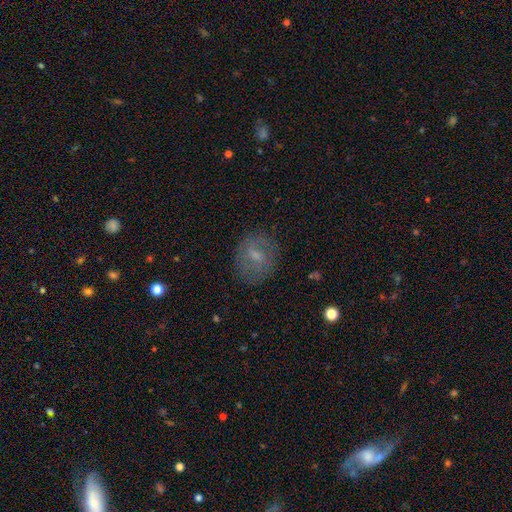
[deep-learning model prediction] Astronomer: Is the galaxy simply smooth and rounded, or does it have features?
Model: smooth — 47% (runner-up: featured or disk, 42%).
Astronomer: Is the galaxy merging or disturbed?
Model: none — 75%.